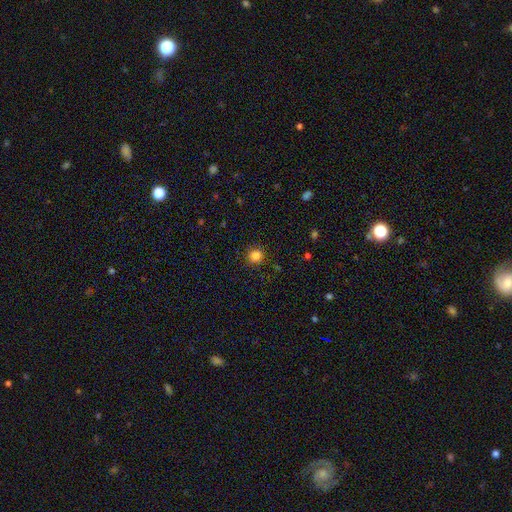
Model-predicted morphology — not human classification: The model was most divided on "smooth or featured": smooth: 84%, star or artifact: 12%, featured or disk: 4%. More confident: how rounded — round (92%); merging — none (90%).